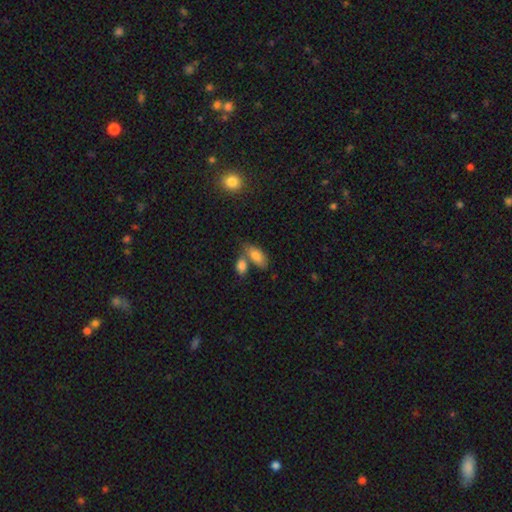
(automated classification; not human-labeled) This appears to be a smooth galaxy with no disk features (81%) that is in between round and cigar-shaped (90%). Merging: none (42%).